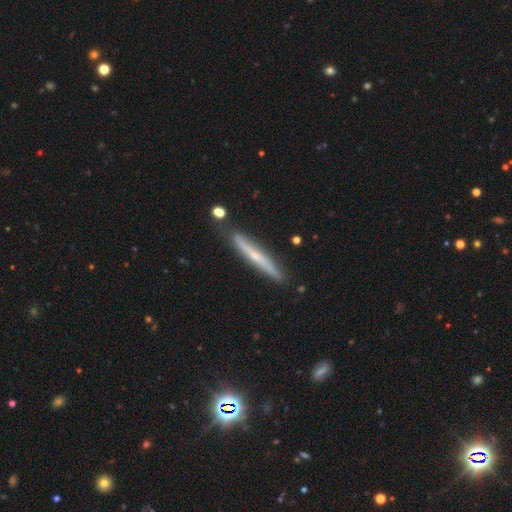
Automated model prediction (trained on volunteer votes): This appears to be a featured or disk galaxy (58%) viewed edge-on (93%) with a rounded central bulge (54%). Merging: none (85%).